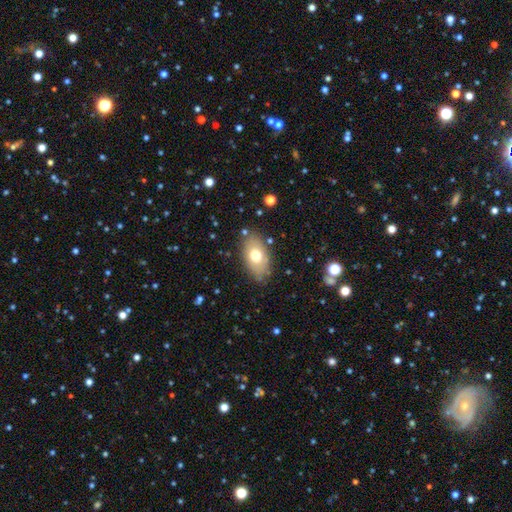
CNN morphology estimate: smooth 68%, featured or disk 24%, star or artifact 8%. Down the decision tree: how rounded — in between (90%); merging — none (80%).